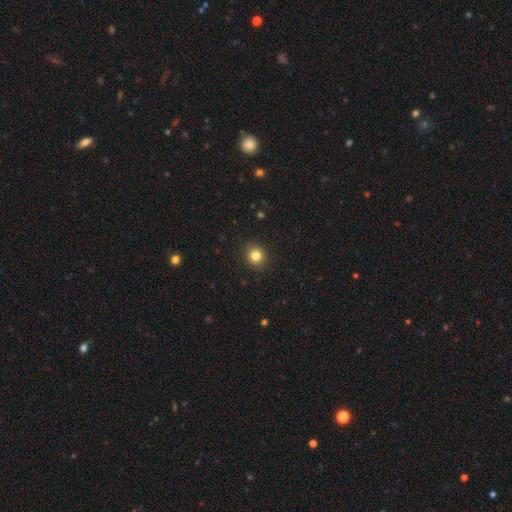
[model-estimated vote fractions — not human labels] smooth-or-featured: smooth: 83% | star or artifact: 12% | featured or disk: 5%
  how-rounded: round: 88% | in between: 11% | cigar-shaped: 1%
  merging: none: 91% | minor disturbance: 6% | major disturbance: 2% | merger: 1%